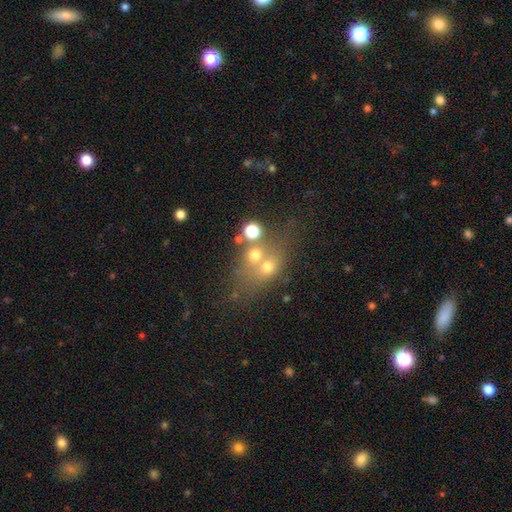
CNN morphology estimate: This is possibly a smooth galaxy (56%). How rounded: possibly round (59%). Merging: possibly merger (47%).